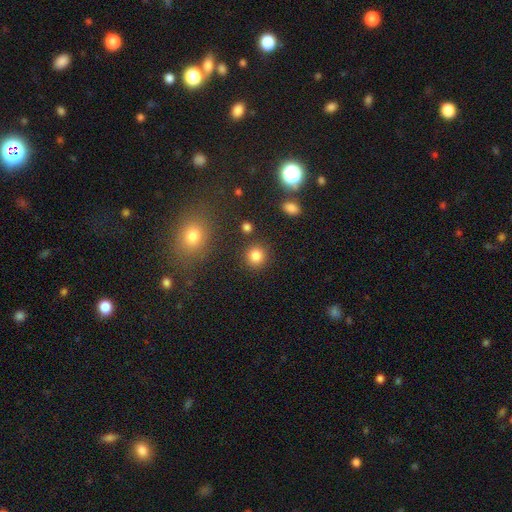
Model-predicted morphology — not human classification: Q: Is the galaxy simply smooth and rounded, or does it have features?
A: smooth — 83%.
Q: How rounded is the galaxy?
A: round — 89%.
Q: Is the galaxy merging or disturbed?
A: none — 87%.